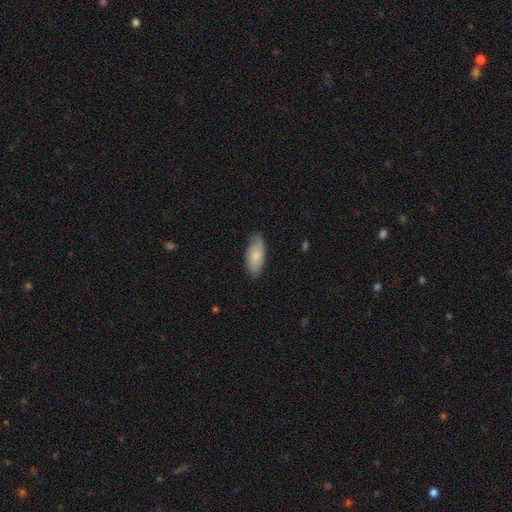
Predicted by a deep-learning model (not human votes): A smooth galaxy with no disk features (72%) that is in between round and cigar-shaped (89%).

Vote fractions:
- Smooth or featured? smooth: 72% / featured or disk: 22% / star or artifact: 6%
- How rounded? in between: 89% / cigar-shaped: 9% / round: 2%
- Merging? none: 70% / minor disturbance: 25% / major disturbance: 4% / merger: 1%